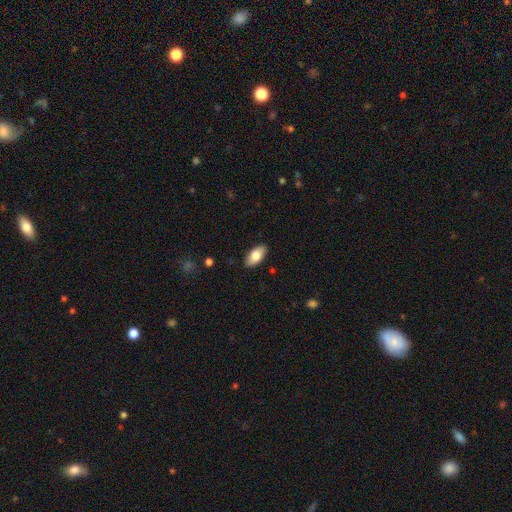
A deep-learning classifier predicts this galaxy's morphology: This is likely a smooth galaxy (79%). How rounded: clearly in between (92%). Merging: clearly none (88%).